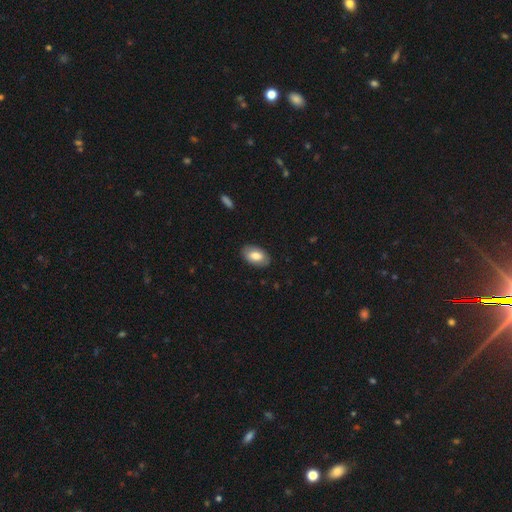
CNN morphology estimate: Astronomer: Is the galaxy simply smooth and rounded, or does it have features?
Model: smooth — 78%.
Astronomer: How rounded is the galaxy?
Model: in between — 93%.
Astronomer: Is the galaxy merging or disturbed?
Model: none — 87%.